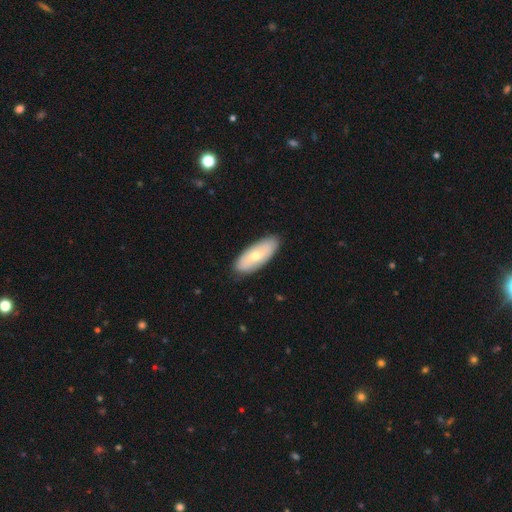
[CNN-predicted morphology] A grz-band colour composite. It shows a smooth galaxy with no disk features (58%) that is in between round and cigar-shaped (81%). Merging: none (87%).